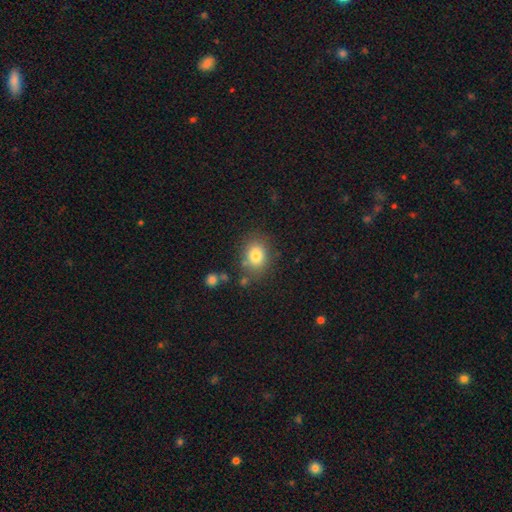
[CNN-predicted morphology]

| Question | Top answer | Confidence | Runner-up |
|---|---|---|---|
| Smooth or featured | smooth | 81% | star or artifact (10%) |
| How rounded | round | 52% | in between (47%) |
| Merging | none | 78% | minor disturbance (13%) |